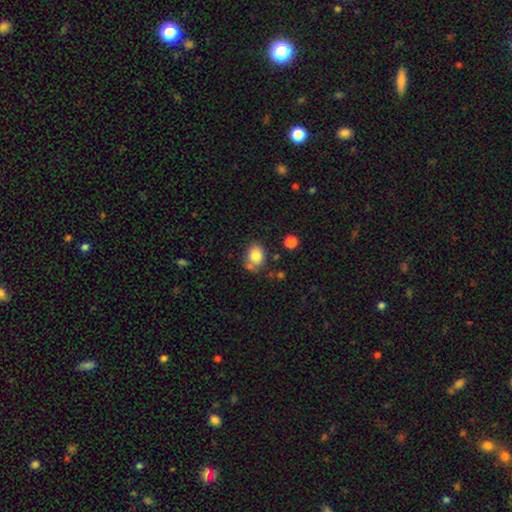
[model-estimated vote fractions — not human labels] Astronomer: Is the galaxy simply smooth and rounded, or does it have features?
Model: smooth — 82%.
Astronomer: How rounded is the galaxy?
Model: in between — 51% (runner-up: round, 48%).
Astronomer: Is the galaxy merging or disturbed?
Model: none — 64%.